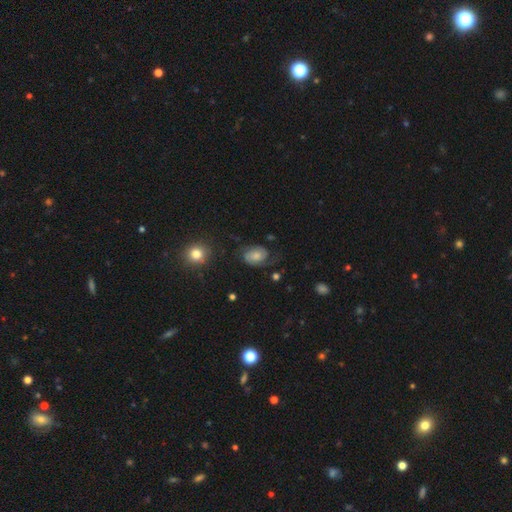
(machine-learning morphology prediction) A featured or disk galaxy (59%) with no bar (67%), 2 (72%) medium (43%) spiral arms (90%) and a moderate central bulge (43%).

Vote fractions:
- Smooth or featured? featured or disk: 59% / smooth: 32% / star or artifact: 9%
- Edge-on disk? no: 97% / yes: 3%
- Bar? no: 67% / weak: 28% / strong: 5%
- Spiral arms? yes: 90% / no: 10%
- Spiral winding? medium: 43% / tight: 34% / loose: 24%
- Spiral arm count? 2: 72% / 1: 13% / can't tell: 11% / 3: 2% / 4: 1% / more than 4: 1%
- Bulge size? moderate: 43% / small: 36% / large: 10% / none: 8% / dominant: 3%
- Merging? none: 57% / minor disturbance: 23% / major disturbance: 18% / merger: 2%